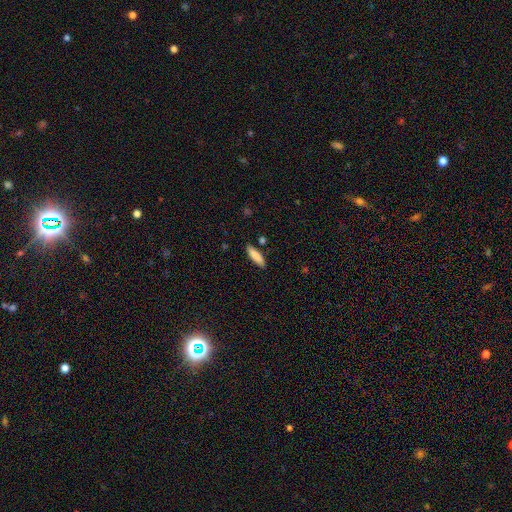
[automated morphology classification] Q: Smooth or featured?
A: smooth (85%); runner-up: featured or disk (9%)
Q: How rounded?
A: cigar-shaped (56%); runner-up: in between (42%)
Q: Merging?
A: none (85%); runner-up: minor disturbance (10%)